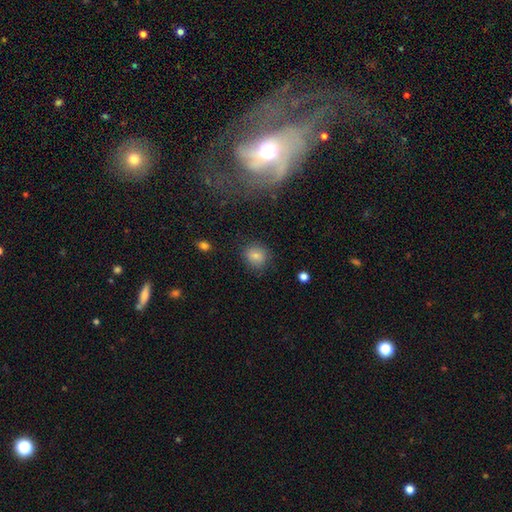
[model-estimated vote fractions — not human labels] This appears to be a smooth galaxy with no disk features (79%) that is round (76%). Merging: none (82%).